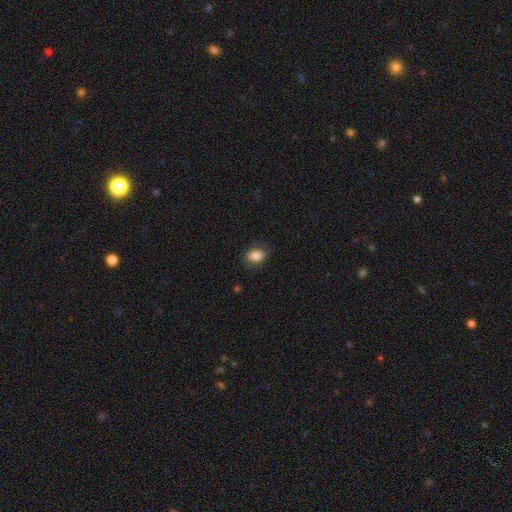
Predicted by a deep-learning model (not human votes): A smooth galaxy with no disk features (85%) that is in between round and cigar-shaped (73%).

Vote fractions:
- Smooth or featured? smooth: 85% / star or artifact: 9% / featured or disk: 6%
- How rounded? in between: 73% / round: 26% / cigar-shaped: 1%
- Merging? none: 79% / minor disturbance: 15% / major disturbance: 5% / merger: 1%